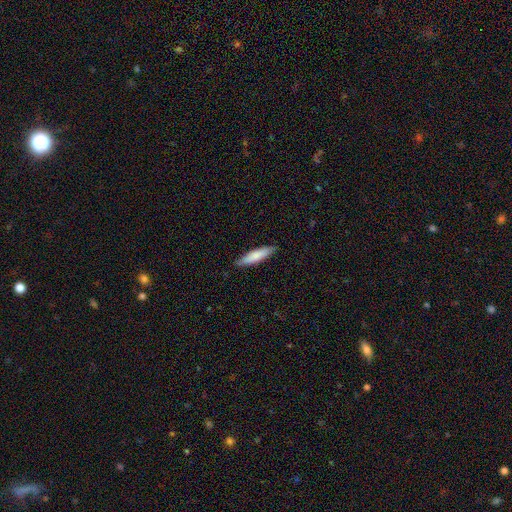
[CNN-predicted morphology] Q: Smooth or featured?
A: smooth (76%); runner-up: featured or disk (19%)
Q: How rounded?
A: cigar-shaped (76%); runner-up: in between (23%)
Q: Merging?
A: none (86%); runner-up: minor disturbance (11%)